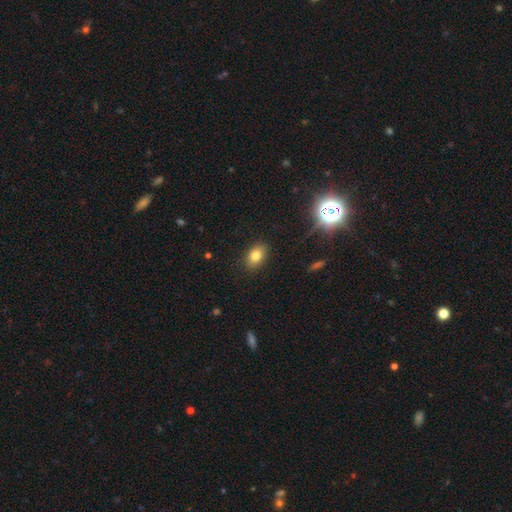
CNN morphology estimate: smooth 79%, star or artifact 11%, featured or disk 9%. Down the decision tree: how rounded — in between (80%); merging — none (87%).